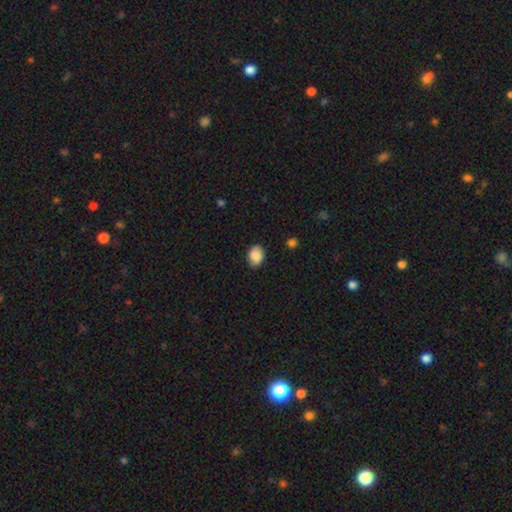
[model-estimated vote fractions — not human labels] Smooth or featured: smooth — 84% (featured or disk — 9%)
How rounded: in between — 69% (round — 30%)
Merging: none — 84% (minor disturbance — 12%)